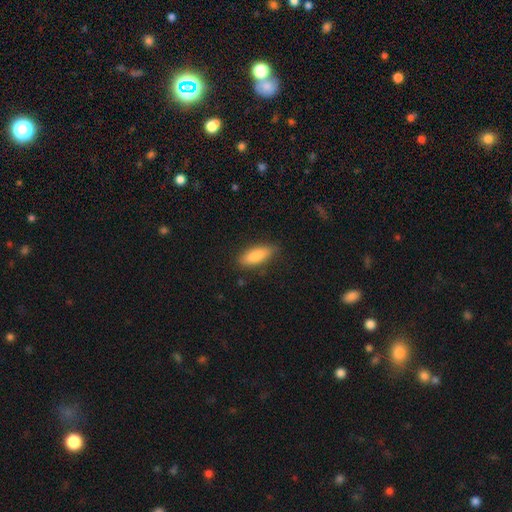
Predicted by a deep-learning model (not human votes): Smooth or featured: smooth — 85% (featured or disk — 9%)
How rounded: in between — 64% (cigar-shaped — 34%)
Merging: none — 83% (minor disturbance — 13%)